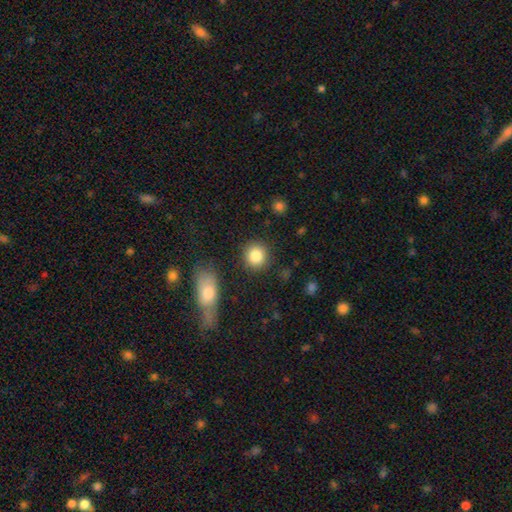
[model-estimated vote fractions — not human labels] Overall: smooth (85%). How rounded: round (88%). Merging: none (87%).